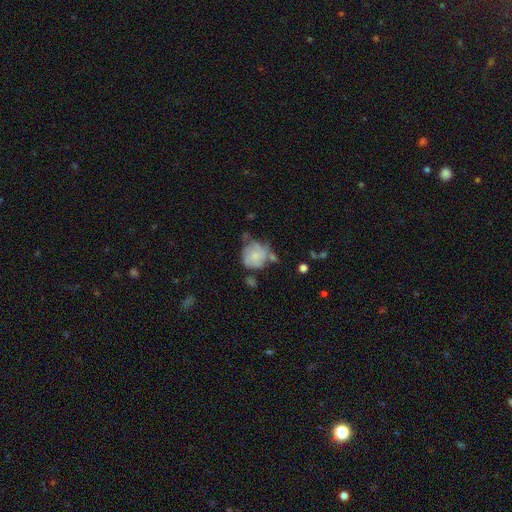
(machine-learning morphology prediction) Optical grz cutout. It shows a smooth galaxy with no disk features (62%) that is round (74%). Merging: none (37%).